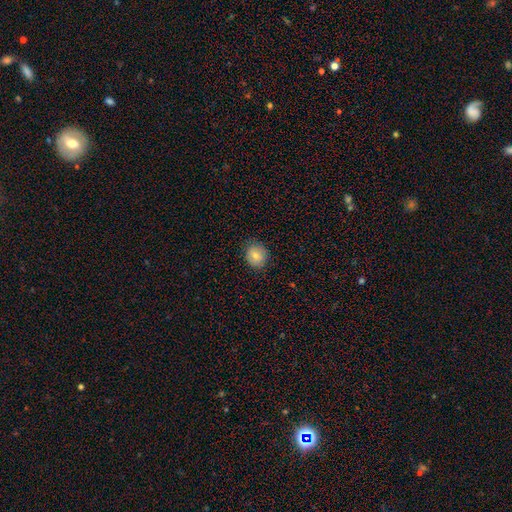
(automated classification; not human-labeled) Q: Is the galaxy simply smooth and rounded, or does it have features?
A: smooth — 78%.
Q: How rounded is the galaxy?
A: round — 79%.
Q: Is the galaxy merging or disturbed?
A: none — 86%.